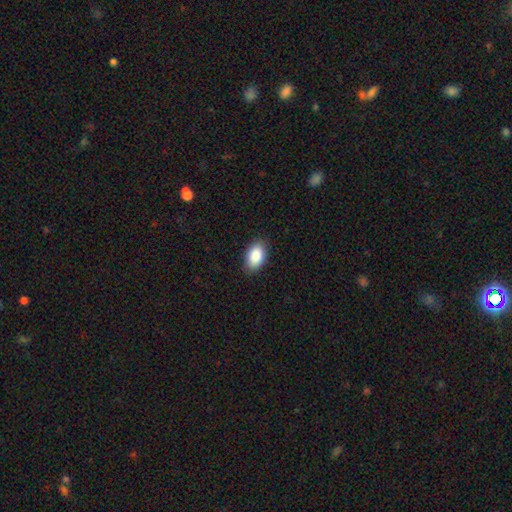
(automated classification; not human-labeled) smooth_or_featured: smooth (p=0.87) [alt: star or artifact p=0.07]
how_rounded: in between (p=0.93) [alt: round p=0.06]
merging: none (p=0.88) [alt: minor disturbance p=0.09]